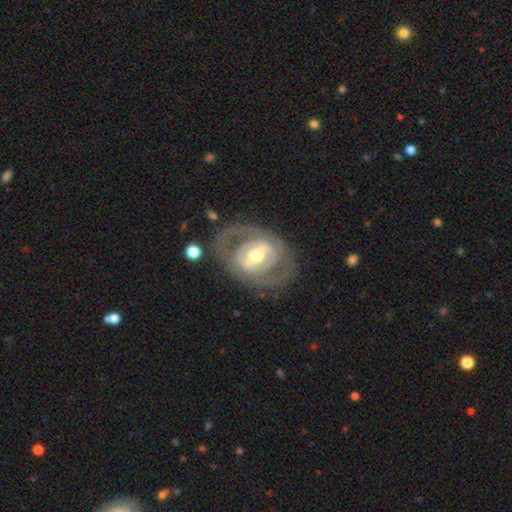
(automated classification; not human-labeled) Morphology: type=featured or disk (76%); edge-on=no (95%); bar=strong (41%); spiral arms=no (55%); bulge=moderate (71%); merging=none (70%).